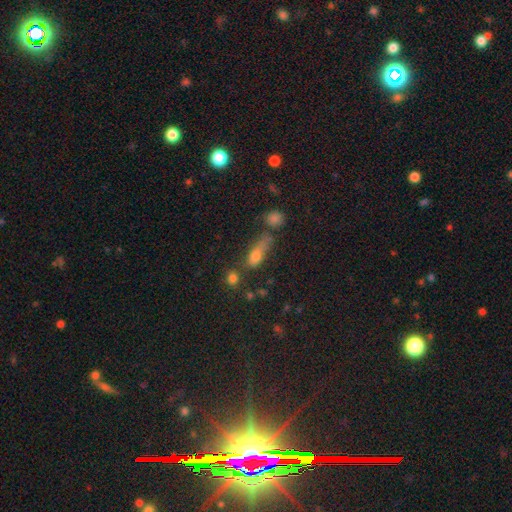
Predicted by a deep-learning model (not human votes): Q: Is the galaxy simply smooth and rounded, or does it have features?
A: smooth — 65%.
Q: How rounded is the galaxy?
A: in between — 54%.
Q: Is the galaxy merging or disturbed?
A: none — 38%.